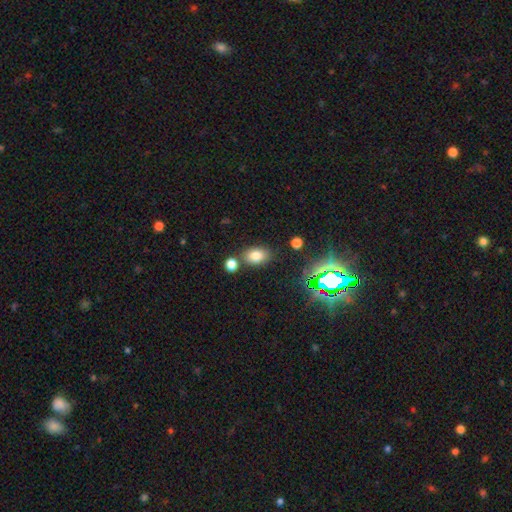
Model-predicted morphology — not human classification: smooth_or_featured: smooth (p=0.76) [alt: star or artifact p=0.15]
how_rounded: in between (p=0.81) [alt: round p=0.18]
merging: none (p=0.72) [alt: merger p=0.13]